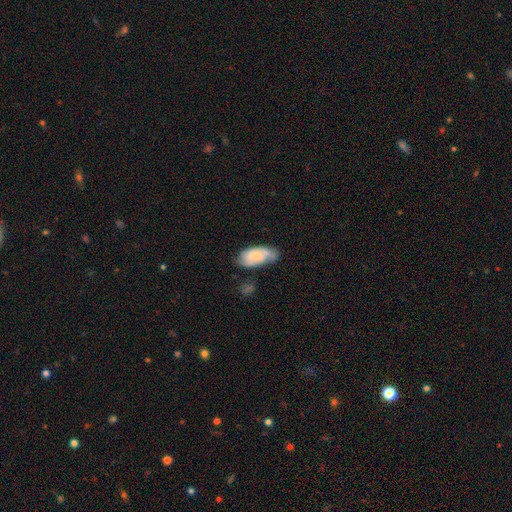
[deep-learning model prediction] A smooth galaxy with no disk features (52%) that is in between round and cigar-shaped (92%). Merging: none (47%).